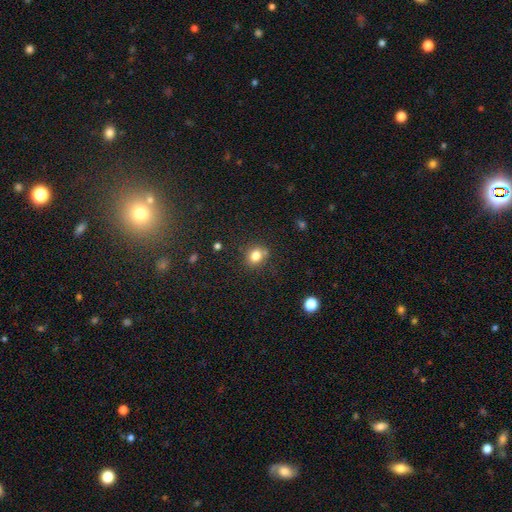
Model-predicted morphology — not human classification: smooth_or_featured: smooth (p=0.80) [alt: star or artifact p=0.12]
how_rounded: round (p=0.64) [alt: in between p=0.35]
merging: none (p=0.73) [alt: minor disturbance p=0.14]